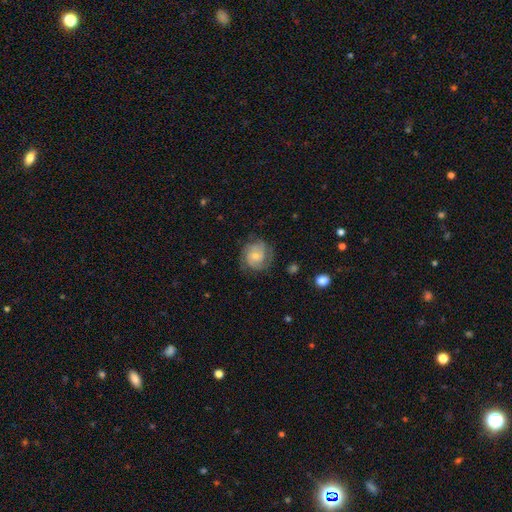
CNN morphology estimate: Smooth or featured?
  - featured or disk: 61% *
  - smooth: 32%
  - star or artifact: 7%
Edge-on disk?
  - no: 98% *
  - yes: 2%
Bar?
  - no: 64% *
  - weak: 31%
  - strong: 5%
Spiral arms?
  - yes: 89% *
  - no: 11%
Spiral winding?
  - tight: 50% *
  - medium: 38%
  - loose: 12%
Spiral arm count?
  - 2: 50% *
  - can't tell: 24%
  - 3: 15%
  - 1: 4%
  - 4: 3%
  - more than 4: 3%
Bulge size?
  - small: 53% *
  - moderate: 39%
  - none: 5%
  - large: 3%
  - dominant: 1%
Merging?
  - none: 72% *
  - minor disturbance: 19%
  - major disturbance: 8%
  - merger: 1%